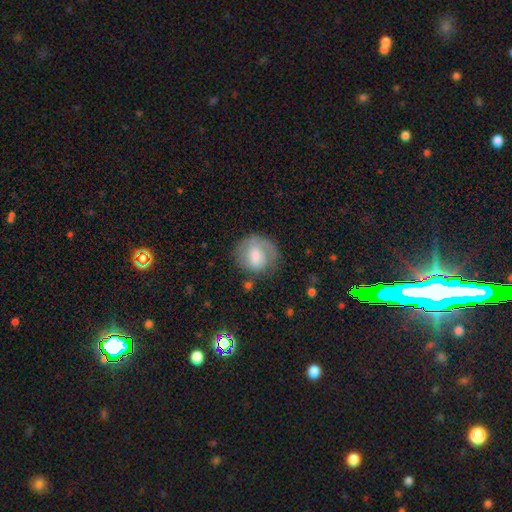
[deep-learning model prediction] This appears to be a smooth galaxy with no disk features (57%) that is round (76%). Merging: none (56%).